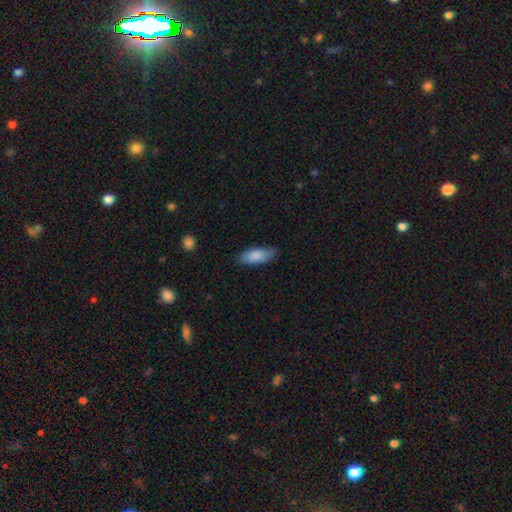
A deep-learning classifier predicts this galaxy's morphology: Smooth or featured: smooth — 85% (featured or disk — 10%)
How rounded: in between — 80% (cigar-shaped — 18%)
Merging: none — 79% (minor disturbance — 17%)